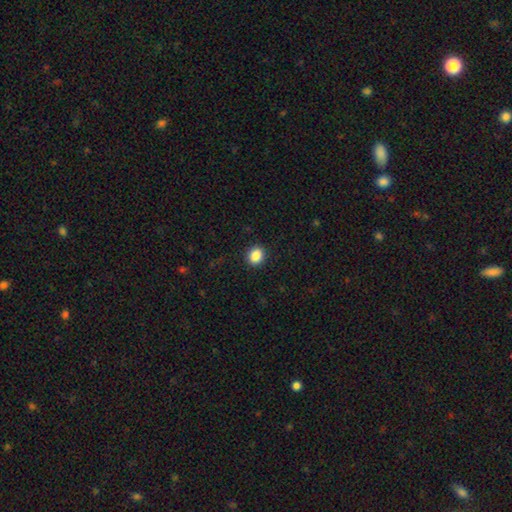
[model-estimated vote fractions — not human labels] smooth 87%, star or artifact 9%, featured or disk 4%. Down the decision tree: how rounded — round (63%); merging — none (91%).